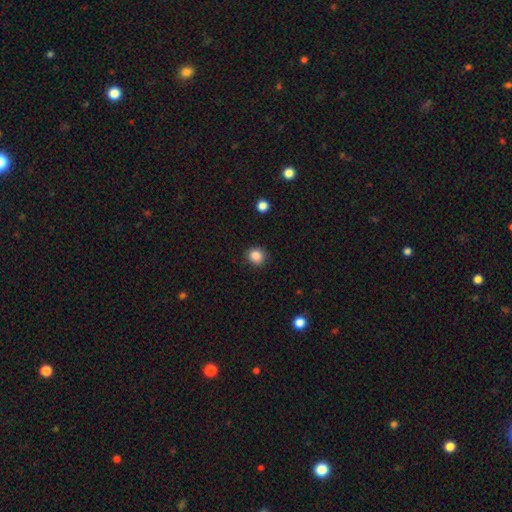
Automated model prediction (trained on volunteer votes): Morphology: type=smooth (86%); roundness=round (88%); merging=none (89%).